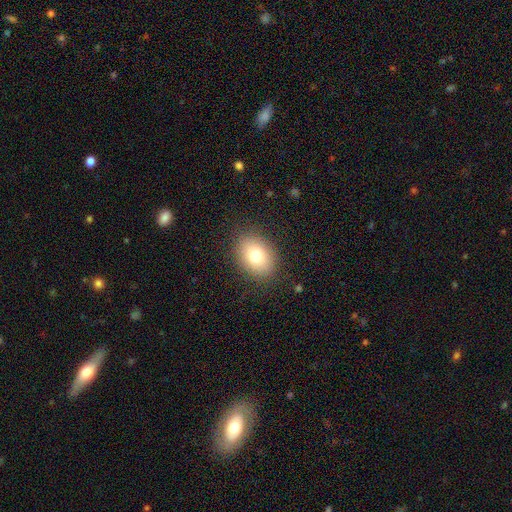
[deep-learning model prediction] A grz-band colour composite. It shows a smooth galaxy with no disk features (78%) that is in between round and cigar-shaped (65%). Merging: none (86%).